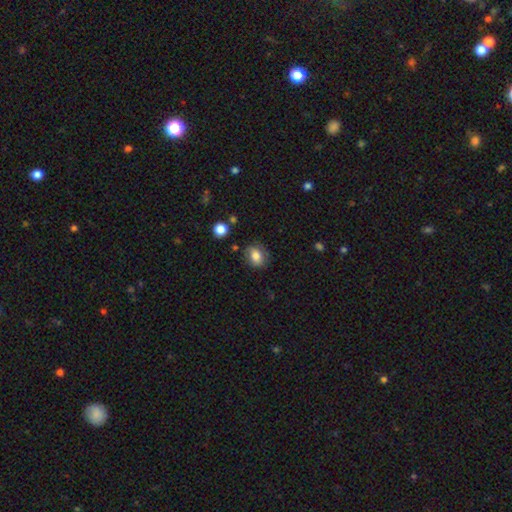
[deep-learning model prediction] Smooth or featured? smooth (77%)
How rounded? round (53%)
Merging? none (76%)